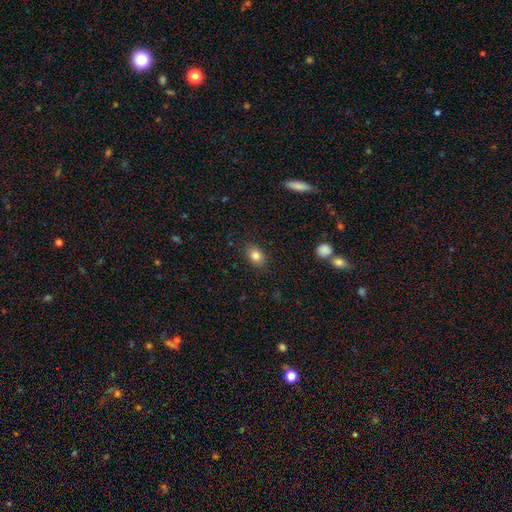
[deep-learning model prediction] A smooth galaxy with no disk features (82%) that is in between round and cigar-shaped (73%).

Vote fractions:
- Smooth or featured? smooth: 82% / star or artifact: 10% / featured or disk: 8%
- How rounded? in between: 73% / round: 25% / cigar-shaped: 1%
- Merging? none: 86% / minor disturbance: 10% / major disturbance: 3% / merger: 1%